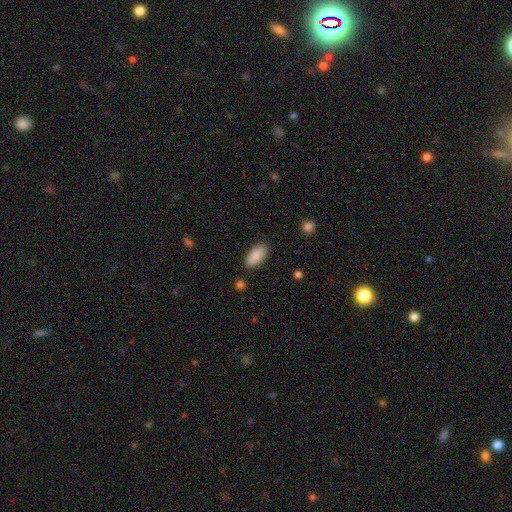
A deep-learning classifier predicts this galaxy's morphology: This appears to be a smooth galaxy with no disk features (89%) that is in between round and cigar-shaped (89%). Merging: none (87%).